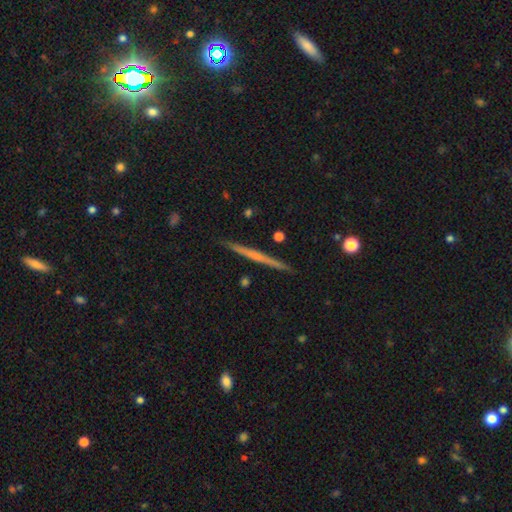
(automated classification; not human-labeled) smooth_or_featured: featured or disk (p=0.60) [alt: smooth p=0.34]
disk_edge_on: yes (p=0.98) [alt: no p=0.02]
edge_on_bulge: none (p=0.82) [alt: rounded p=0.13]
merging: none (p=0.92) [alt: minor disturbance p=0.05]